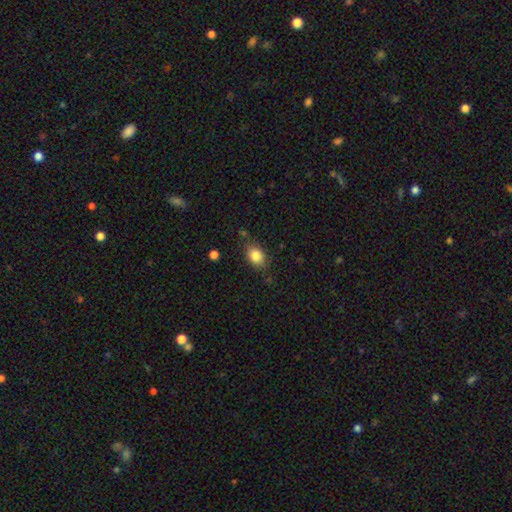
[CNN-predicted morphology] A smooth galaxy with no disk features (84%) that is in between round and cigar-shaped (72%).

Vote fractions:
- Smooth or featured? smooth: 84% / star or artifact: 9% / featured or disk: 8%
- How rounded? in between: 72% / round: 26% / cigar-shaped: 1%
- Merging? none: 78% / minor disturbance: 16% / major disturbance: 4% / merger: 2%